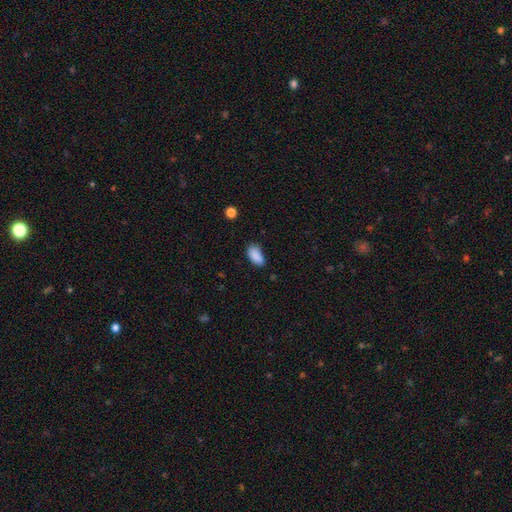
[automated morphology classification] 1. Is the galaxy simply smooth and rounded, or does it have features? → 88% smooth, 8% star or artifact, 4% featured or disk.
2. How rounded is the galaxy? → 93% in between, 4% round, 4% cigar-shaped.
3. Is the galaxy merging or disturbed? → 70% none, 24% minor disturbance, 4% major disturbance, 2% merger.